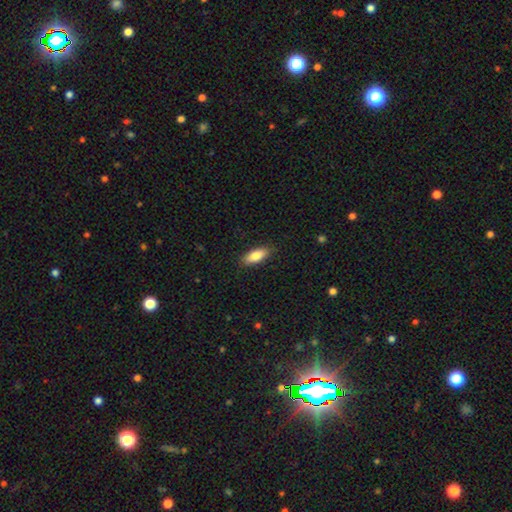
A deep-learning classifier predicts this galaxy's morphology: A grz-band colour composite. It shows a smooth galaxy with no disk features (83%) that is in between round and cigar-shaped (78%). Merging: none (87%).